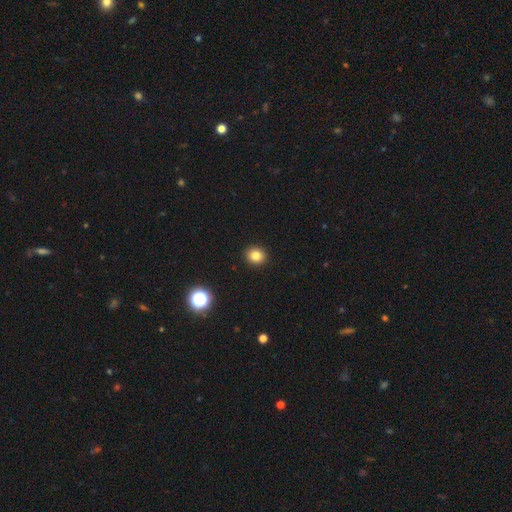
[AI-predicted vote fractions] smooth 82%, star or artifact 12%, featured or disk 6%. Down the decision tree: how rounded — round (78%); merging — none (93%).